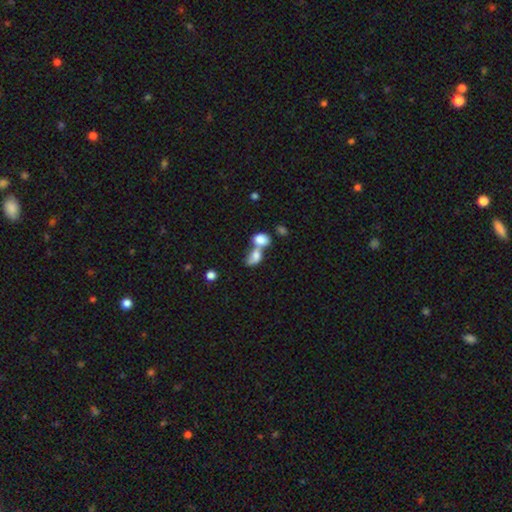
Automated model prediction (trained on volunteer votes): The model was most divided on "how rounded": in between: 76%, round: 22%, cigar-shaped: 3%. More confident: smooth or featured — smooth (77%); merging — merger (74%).